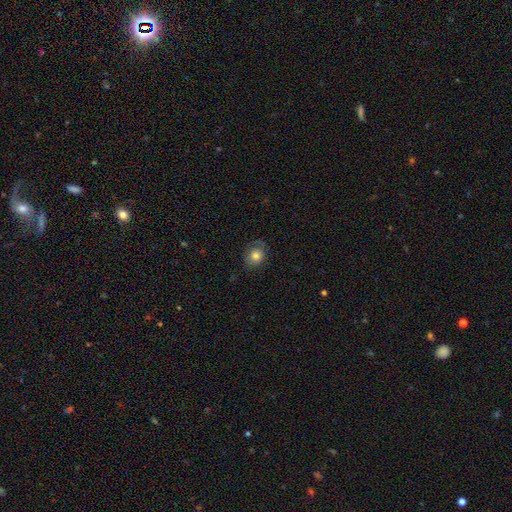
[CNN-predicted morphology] Q: Smooth or featured?
A: smooth (78%); runner-up: featured or disk (13%)
Q: How rounded?
A: round (57%); runner-up: in between (42%)
Q: Merging?
A: none (72%); runner-up: minor disturbance (20%)